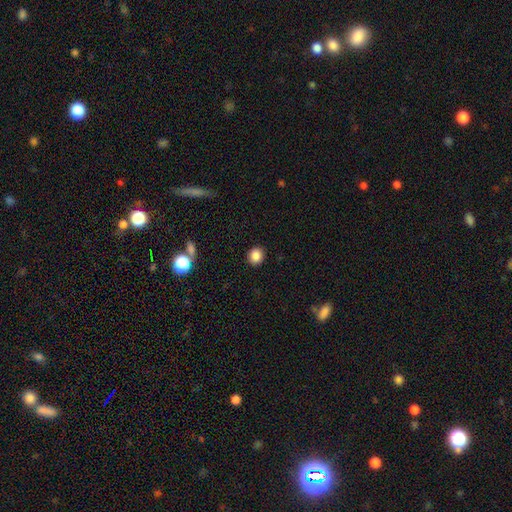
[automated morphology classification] Smooth or featured? smooth (86%)
How rounded? round (81%)
Merging? none (91%)